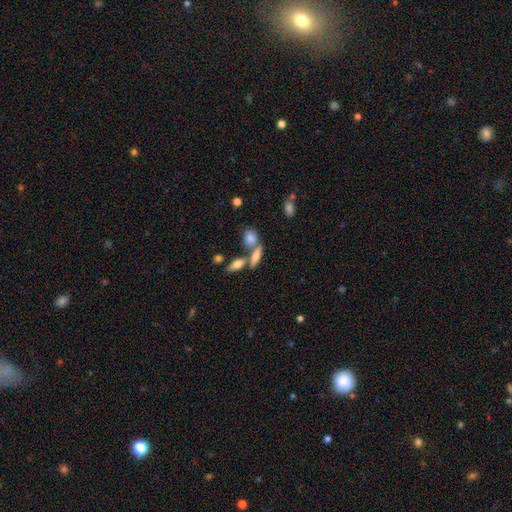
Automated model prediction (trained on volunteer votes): smooth_or_featured: smooth (p=0.61) [alt: featured or disk p=0.29]
how_rounded: in between (p=0.51) [alt: cigar-shaped p=0.40]
merging: none (p=0.49) [alt: merger p=0.35]